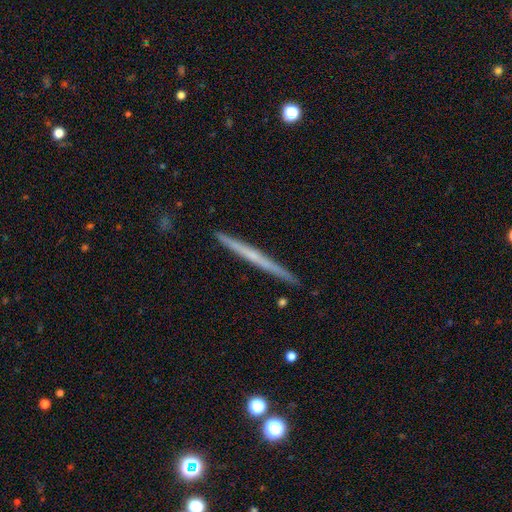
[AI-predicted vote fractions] This appears to be a featured or disk galaxy (61%) viewed edge-on (98%) with no central bulge (73%). Merging: none (92%).